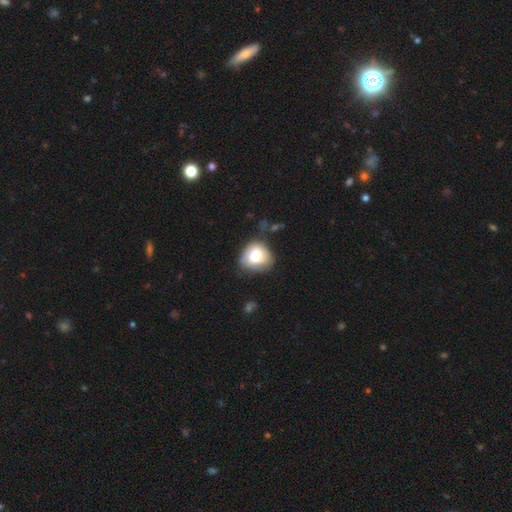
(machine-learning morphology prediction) Smooth or featured?
  - smooth: 72% *
  - featured or disk: 20%
  - star or artifact: 8%
How rounded?
  - round: 67% *
  - in between: 32%
  - cigar-shaped: 1%
Merging?
  - none: 52% *
  - minor disturbance: 32%
  - major disturbance: 11%
  - merger: 5%